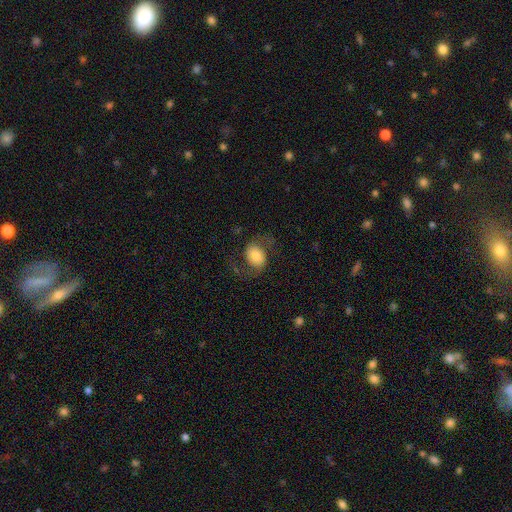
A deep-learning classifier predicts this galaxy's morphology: Overall: smooth (48%; featured or disk 43%). Merging: none (64%).